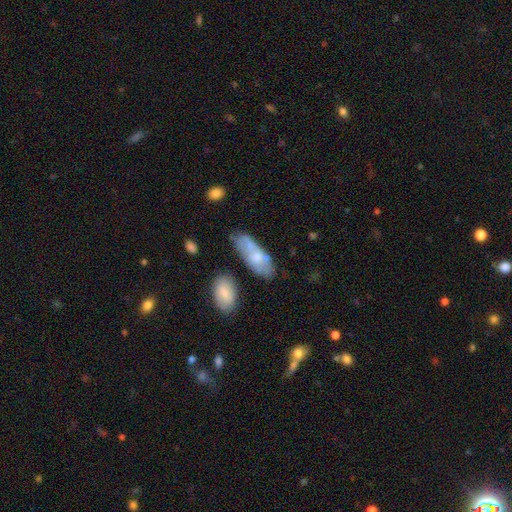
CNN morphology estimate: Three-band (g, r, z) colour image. It shows a smooth galaxy with no disk features (59%) that is in between round and cigar-shaped (78%). Merging: none (62%).